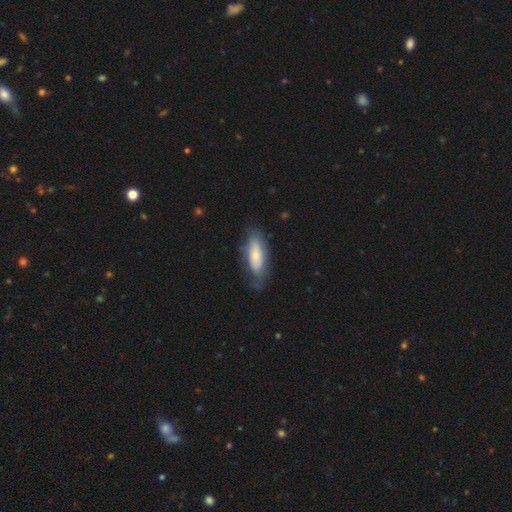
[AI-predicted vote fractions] smooth-or-featured: smooth: 67% | featured or disk: 26% | star or artifact: 6%
  how-rounded: in between: 73% | cigar-shaped: 25% | round: 2%
  merging: none: 64% | minor disturbance: 25% | major disturbance: 9% | merger: 2%